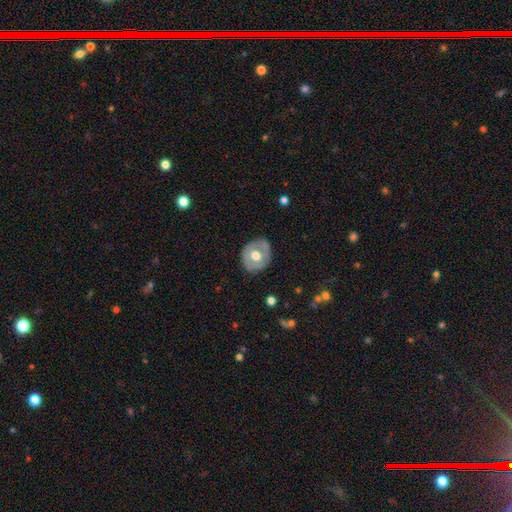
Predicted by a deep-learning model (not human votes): featured or disk 50%, smooth 45%, star or artifact 6%. Down the decision tree: merging — none (79%).